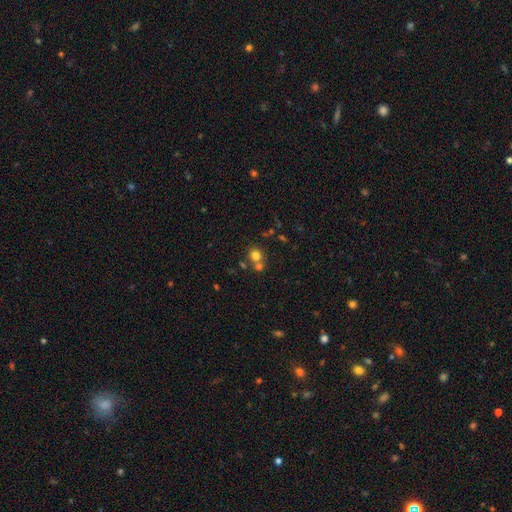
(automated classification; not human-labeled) smooth 75%, star or artifact 15%, featured or disk 10%. Down the decision tree: how rounded — round (82%); merging — none (57%).